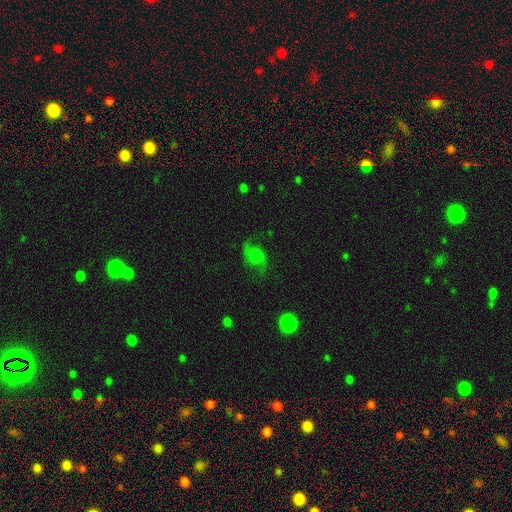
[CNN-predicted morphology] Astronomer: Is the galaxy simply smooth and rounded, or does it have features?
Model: smooth — 43% (runner-up: featured or disk, 42%).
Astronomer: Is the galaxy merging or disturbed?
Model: none — 57%.